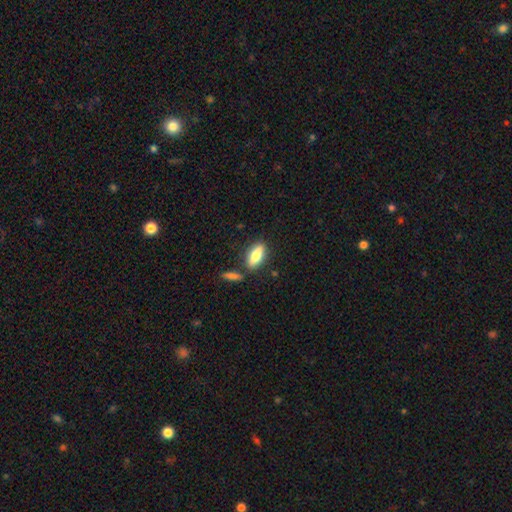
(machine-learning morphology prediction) A smooth galaxy with no disk features (72%) that is in between round and cigar-shaped (68%).

Vote fractions:
- Smooth or featured? smooth: 72% / featured or disk: 22% / star or artifact: 6%
- How rounded? in between: 68% / cigar-shaped: 29% / round: 3%
- Merging? none: 77% / minor disturbance: 10% / merger: 10% / major disturbance: 3%